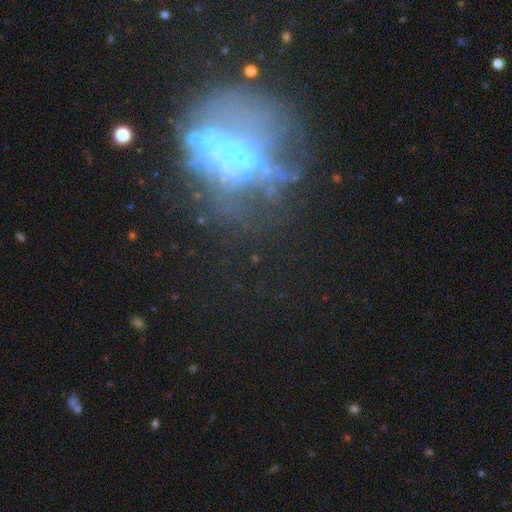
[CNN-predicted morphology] Smooth or featured?
  - featured or disk: 46% *
  - star or artifact: 36%
  - smooth: 18%
Merging?
  - none: 38% *
  - major disturbance: 28%
  - merger: 20%
  - minor disturbance: 13%